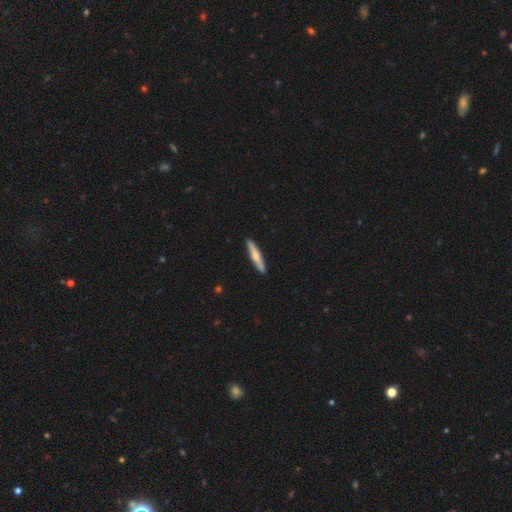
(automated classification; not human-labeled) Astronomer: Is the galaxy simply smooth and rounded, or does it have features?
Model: smooth — 59% (runner-up: featured or disk, 36%).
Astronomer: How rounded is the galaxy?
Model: cigar-shaped — 92%.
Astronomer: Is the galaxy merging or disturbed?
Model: none — 91%.